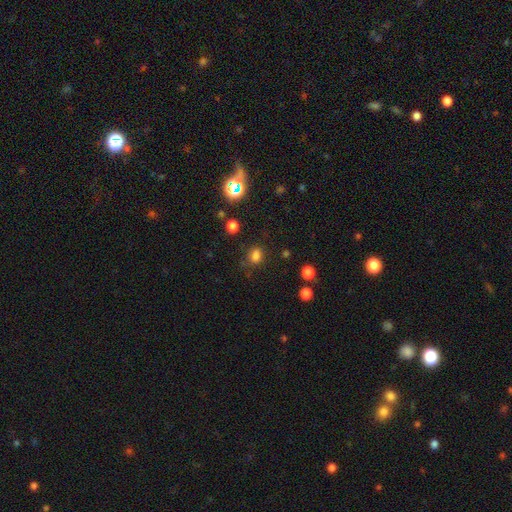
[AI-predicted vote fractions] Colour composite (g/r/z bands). It shows a smooth galaxy with no disk features (76%) that is in between round and cigar-shaped (52%). Merging: none (72%).